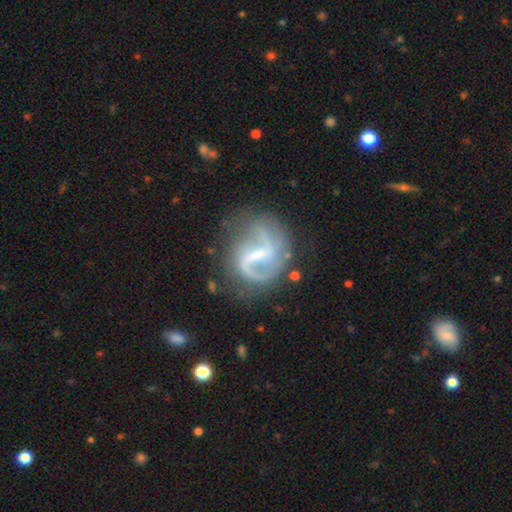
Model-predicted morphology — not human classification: The model was most divided on "spiral winding": medium: 44%, loose: 43%, tight: 13%. Remaining: edge-on disk — no (98%); spiral arms — yes (93%); smooth or featured — featured or disk (86%); spiral arm count — 2 (73%); merging — none (63%); bulge size — small (54%); bar — weak (49%).